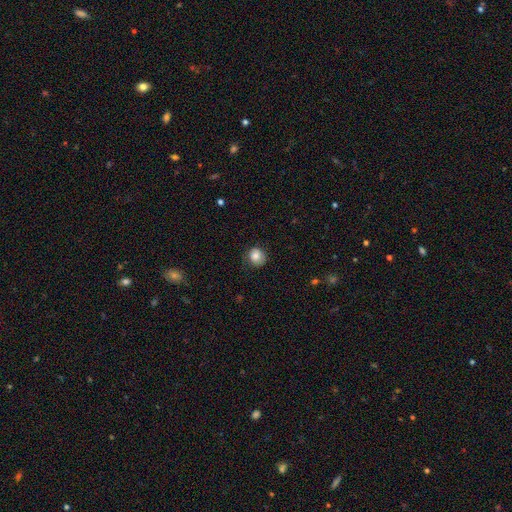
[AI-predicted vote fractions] Q: Smooth or featured?
A: smooth (81%); runner-up: featured or disk (10%)
Q: How rounded?
A: round (80%); runner-up: in between (19%)
Q: Merging?
A: none (75%); runner-up: minor disturbance (19%)